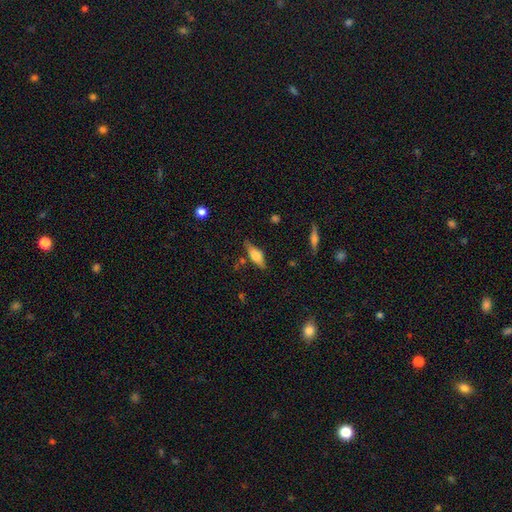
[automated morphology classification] Overall: smooth (53%; featured or disk 40%). How rounded: in between (60%; cigar-shaped 37%). Merging: none (75%).